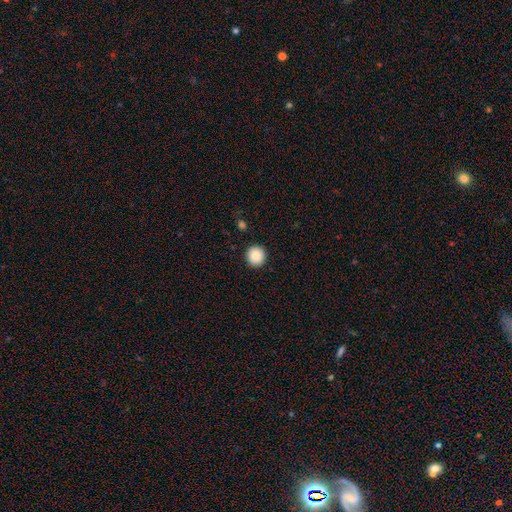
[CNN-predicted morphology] The model was most divided on "smooth or featured": smooth: 89%, star or artifact: 8%, featured or disk: 3%. More confident: how rounded — round (94%); merging — none (92%).